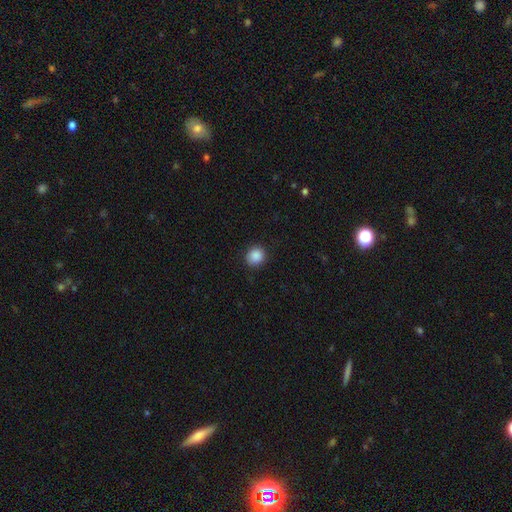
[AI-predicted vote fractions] Smooth or featured? Predicted: smooth (p=0.88). How rounded? Predicted: round (p=0.83). Merging? Predicted: none (p=0.89).